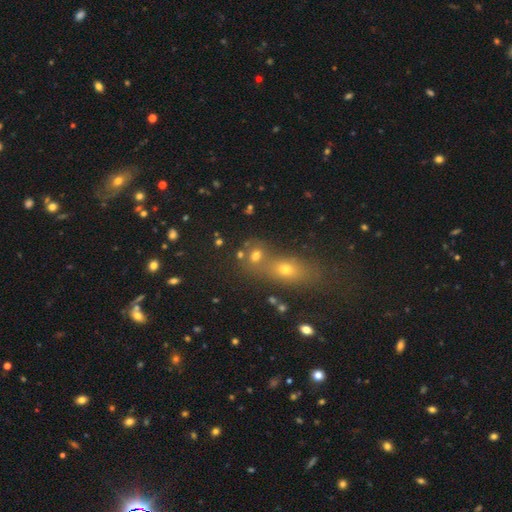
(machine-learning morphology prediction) Q: Smooth or featured?
A: smooth (68%); runner-up: star or artifact (20%)
Q: How rounded?
A: round (59%); runner-up: in between (38%)
Q: Merging?
A: none (44%); tied with: merger (44%)